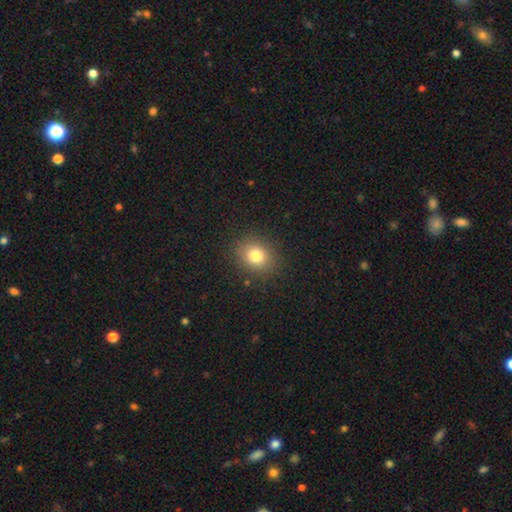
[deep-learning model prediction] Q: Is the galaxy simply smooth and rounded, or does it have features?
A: smooth — 79%.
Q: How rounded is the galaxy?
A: round — 61%.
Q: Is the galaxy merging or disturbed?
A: none — 87%.